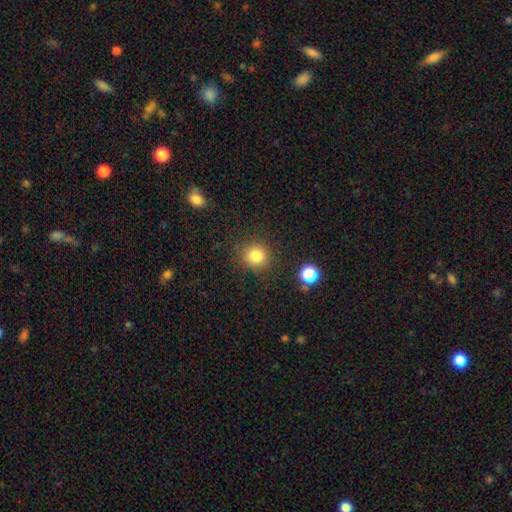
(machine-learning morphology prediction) This is clearly a smooth galaxy (82%). How rounded: clearly round (89%). Merging: clearly none (86%).